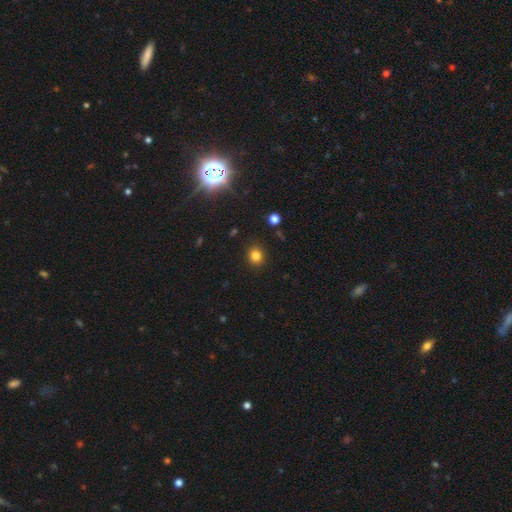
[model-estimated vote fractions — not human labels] Overall: smooth (82%). How rounded: round (81%). Merging: none (90%).